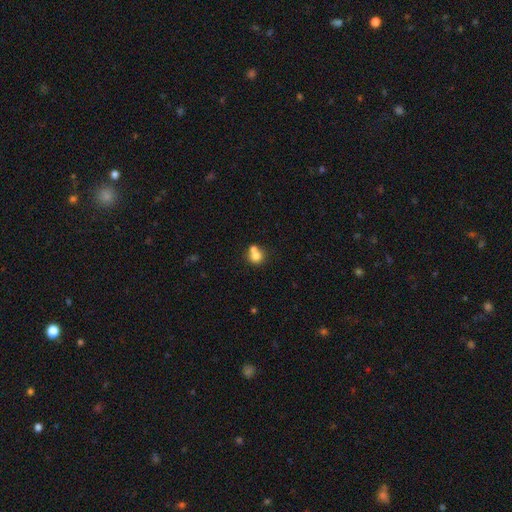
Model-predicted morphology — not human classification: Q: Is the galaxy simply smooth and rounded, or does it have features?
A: smooth — 75%.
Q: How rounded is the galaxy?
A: round — 85%.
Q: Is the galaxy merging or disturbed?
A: merger — 50%.